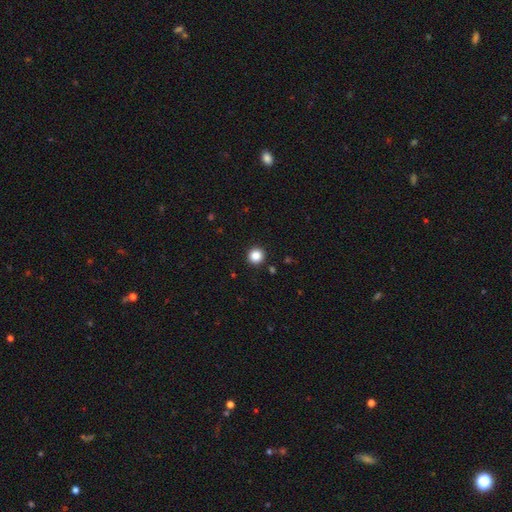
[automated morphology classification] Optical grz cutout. It shows a smooth galaxy with no disk features (86%) that is round (94%). Merging: none (92%).